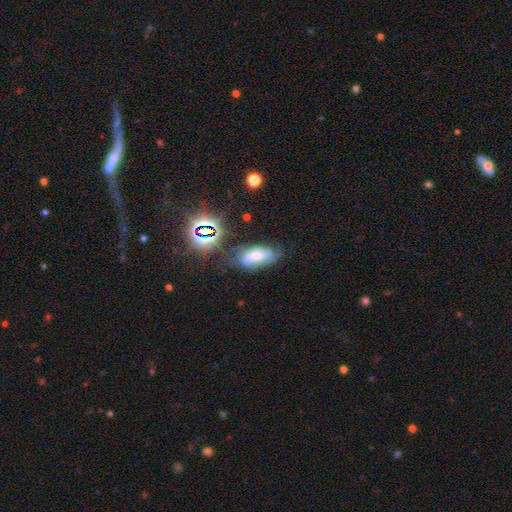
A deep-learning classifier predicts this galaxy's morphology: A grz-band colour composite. It shows a featured or disk galaxy (50%). Merging: none (58%).